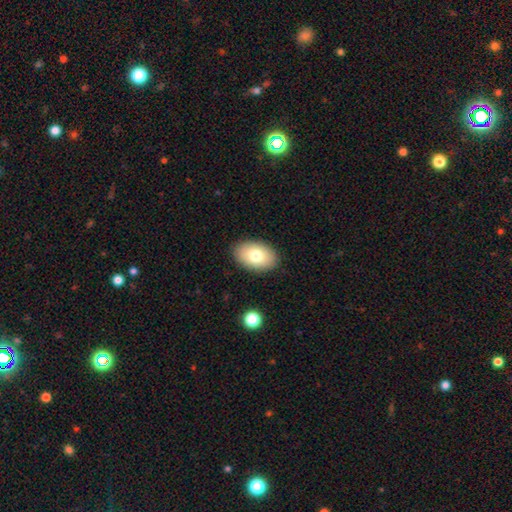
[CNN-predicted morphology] A smooth galaxy with no disk features (77%) that is in between round and cigar-shaped (91%).

Vote fractions:
- Smooth or featured? smooth: 77% / featured or disk: 15% / star or artifact: 8%
- How rounded? in between: 91% / round: 8% / cigar-shaped: 1%
- Merging? none: 89% / minor disturbance: 8% / major disturbance: 2% / merger: 1%